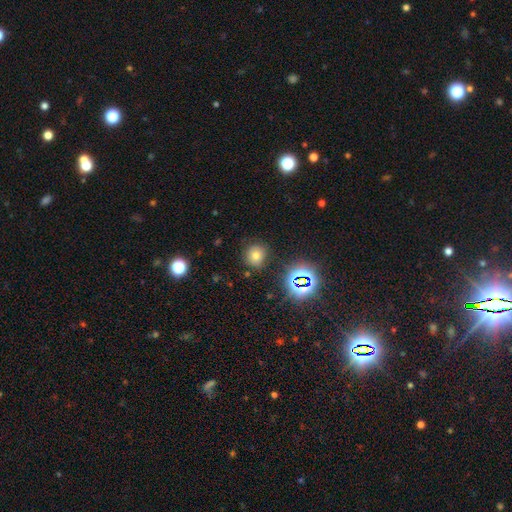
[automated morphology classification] Smooth or featured? smooth (66%)
How rounded? round (85%)
Merging? none (82%)